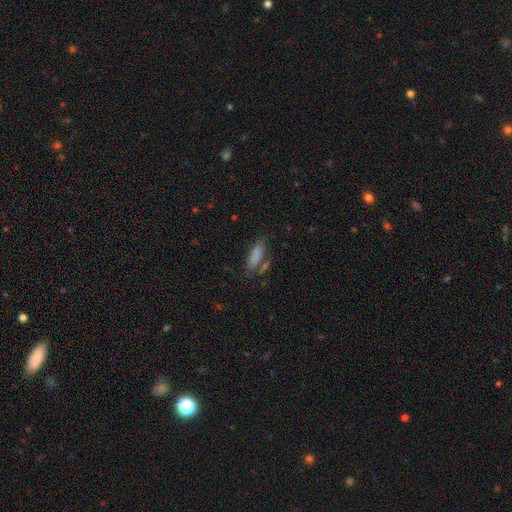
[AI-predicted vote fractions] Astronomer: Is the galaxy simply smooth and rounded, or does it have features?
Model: smooth — 82%.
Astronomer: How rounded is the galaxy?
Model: in between — 59% (runner-up: cigar-shaped, 38%).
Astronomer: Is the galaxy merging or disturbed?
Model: none — 62%.